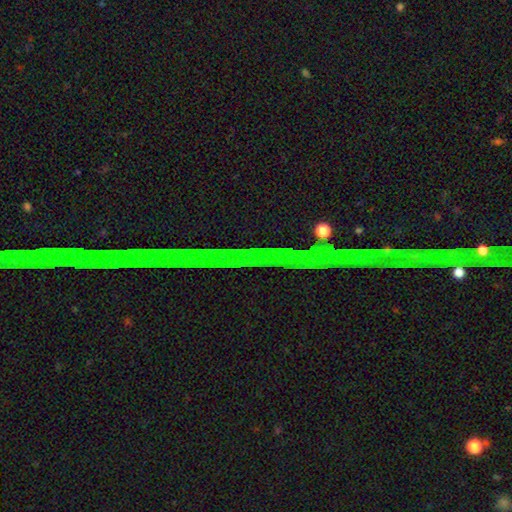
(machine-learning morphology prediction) Smooth or featured?
  - star or artifact: 87% *
  - featured or disk: 8%
  - smooth: 6%